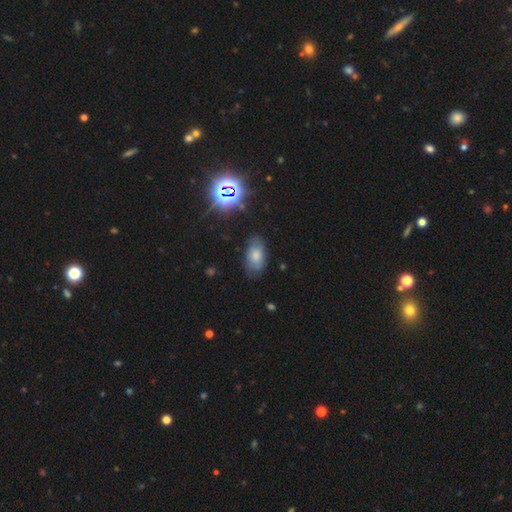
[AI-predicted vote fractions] smooth_or_featured: smooth (p=0.69) [alt: featured or disk p=0.17]
how_rounded: in between (p=0.93) [alt: round p=0.05]
merging: none (p=0.73) [alt: minor disturbance p=0.20]